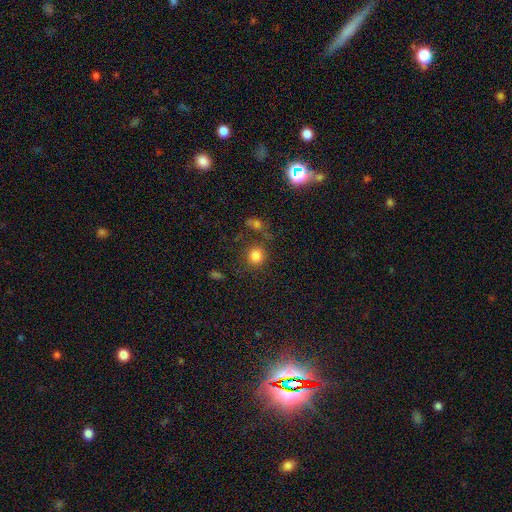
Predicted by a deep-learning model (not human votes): A smooth galaxy with no disk features (81%) that is round (87%). Merging: none (76%).